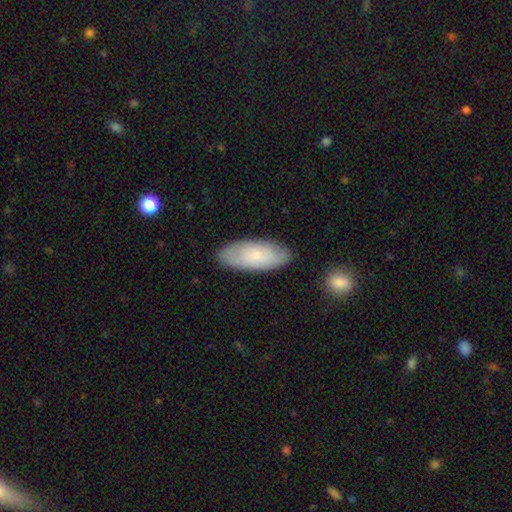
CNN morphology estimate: This appears to be a smooth galaxy with no disk features (69%) that is in between round and cigar-shaped (84%). Merging: none (83%).